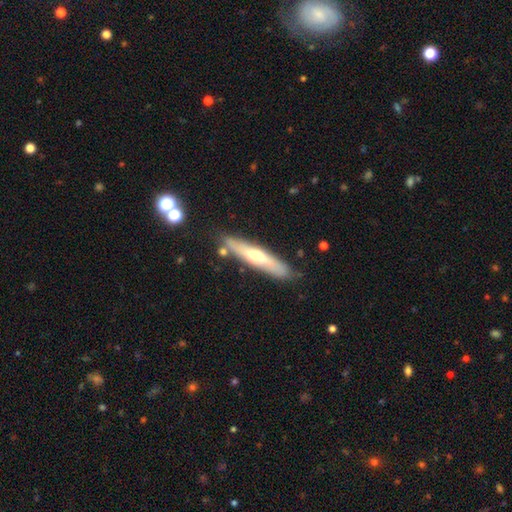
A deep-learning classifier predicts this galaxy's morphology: Q: Smooth or featured?
A: featured or disk (50%); runner-up: smooth (45%)
Q: Merging?
A: none (80%); runner-up: minor disturbance (13%)